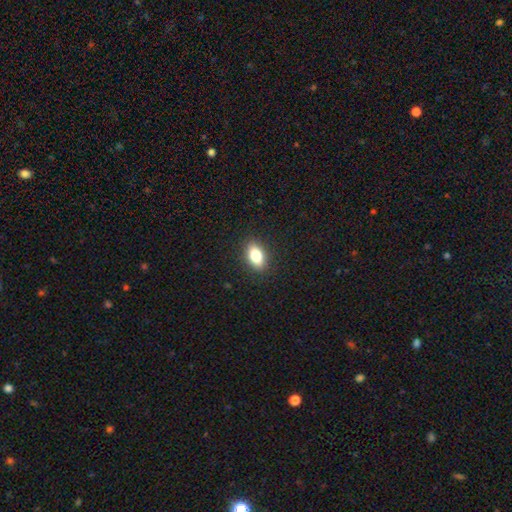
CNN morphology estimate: Q: Smooth or featured?
A: smooth (80%); runner-up: featured or disk (12%)
Q: How rounded?
A: in between (86%); runner-up: round (9%)
Q: Merging?
A: none (89%); runner-up: minor disturbance (8%)